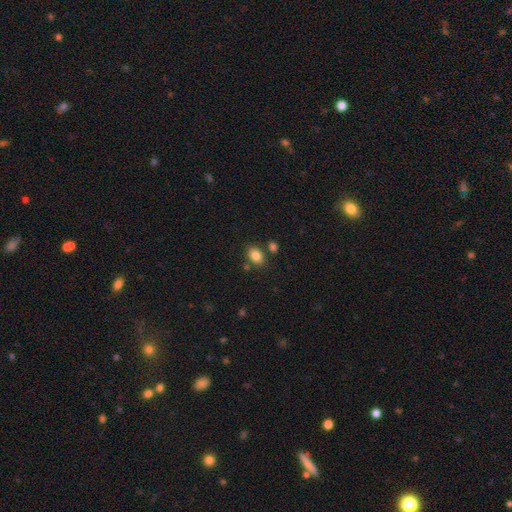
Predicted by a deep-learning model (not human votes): Smooth or featured?
  - smooth: 83% *
  - star or artifact: 10%
  - featured or disk: 8%
How rounded?
  - in between: 81% *
  - round: 17%
  - cigar-shaped: 1%
Merging?
  - none: 76% *
  - minor disturbance: 11%
  - merger: 9%
  - major disturbance: 3%